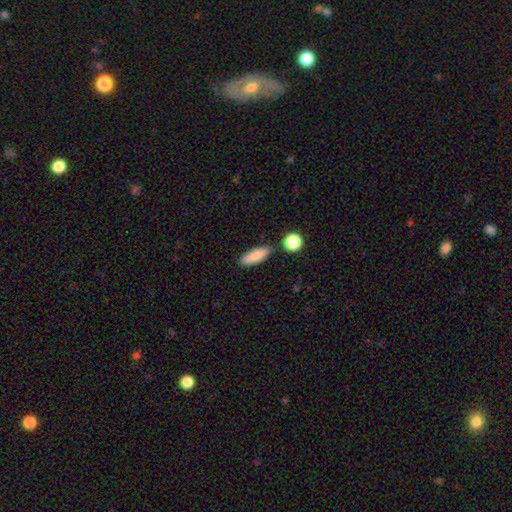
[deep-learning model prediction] The model was most divided on "how rounded": in between: 60%, cigar-shaped: 37%, round: 3%. More confident: smooth or featured — smooth (85%); merging — none (79%).